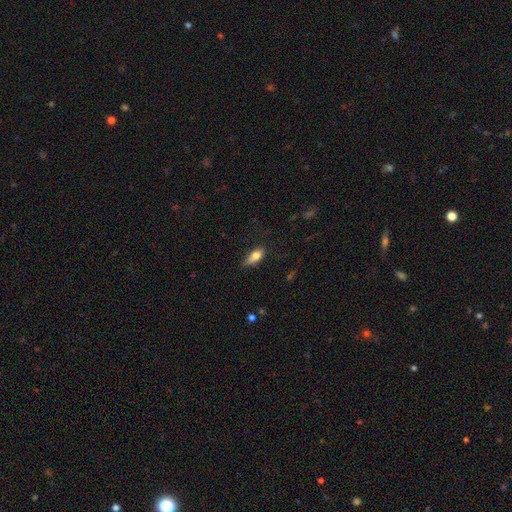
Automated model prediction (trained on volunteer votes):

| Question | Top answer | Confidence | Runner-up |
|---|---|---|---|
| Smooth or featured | smooth | 75% | featured or disk (17%) |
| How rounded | in between | 77% | cigar-shaped (20%) |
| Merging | none | 65% | minor disturbance (27%) |